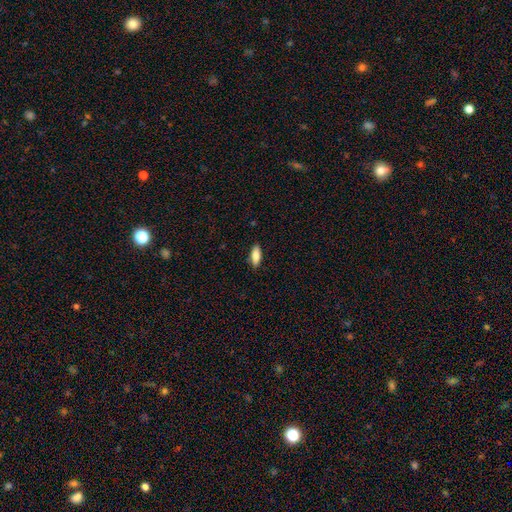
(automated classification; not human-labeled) Q: Smooth or featured?
A: smooth (83%); runner-up: featured or disk (11%)
Q: How rounded?
A: in between (71%); runner-up: cigar-shaped (27%)
Q: Merging?
A: none (86%); runner-up: minor disturbance (11%)